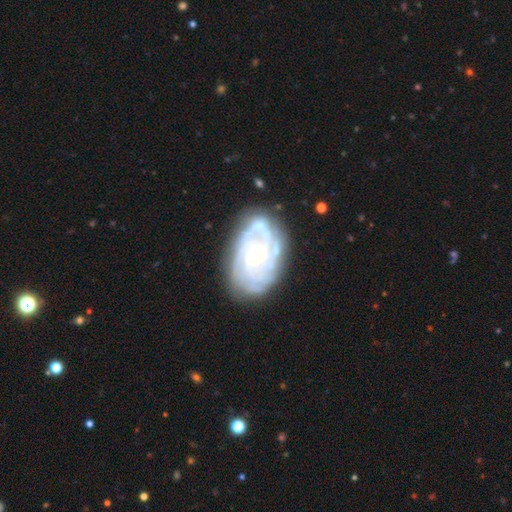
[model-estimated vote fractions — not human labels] Overall: featured or disk (80%). Edge-on disk: no (96%). Bar: no (76%). Spiral arms: yes (94%). Spiral arm count: can't tell (33%; 4 24%). Spiral winding: tight (72%). Bulge size: small (79%). Merging: none (77%).